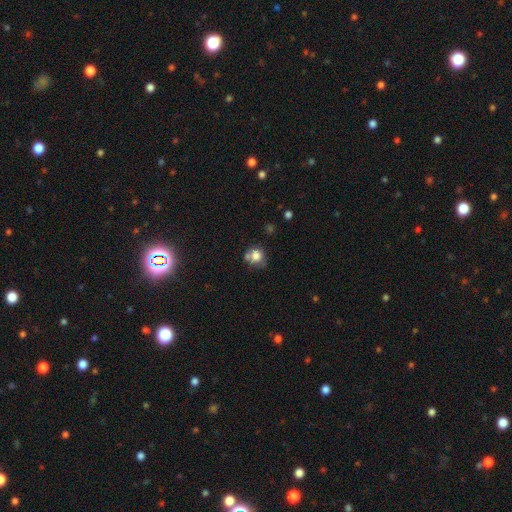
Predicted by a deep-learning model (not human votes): Smooth or featured?
  - smooth: 76% *
  - featured or disk: 12%
  - star or artifact: 11%
How rounded?
  - round: 80% *
  - in between: 19%
  - cigar-shaped: 1%
Merging?
  - none: 54% *
  - merger: 20%
  - minor disturbance: 19%
  - major disturbance: 7%